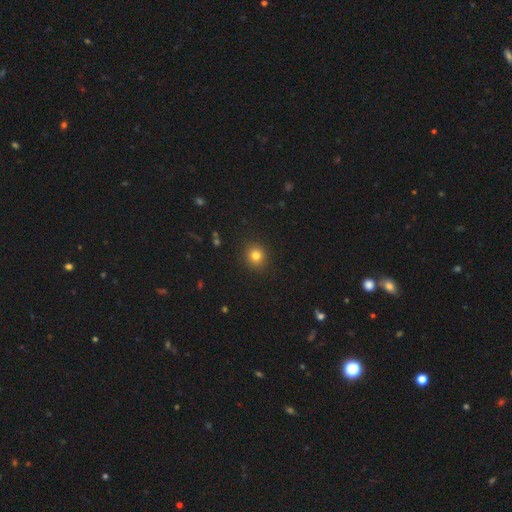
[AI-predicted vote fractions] Q: Smooth or featured?
A: smooth (80%); runner-up: star or artifact (13%)
Q: How rounded?
A: round (91%); runner-up: in between (8%)
Q: Merging?
A: none (91%); runner-up: minor disturbance (6%)